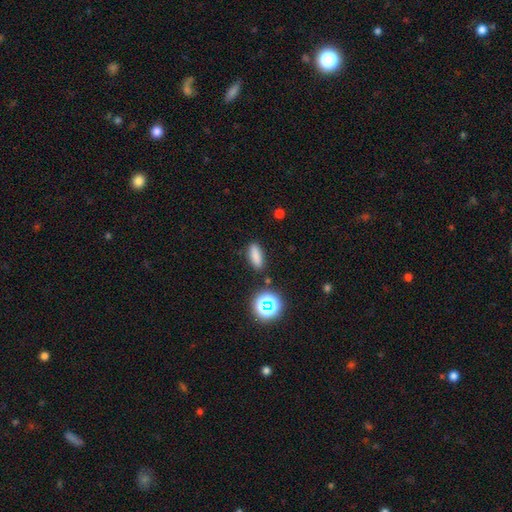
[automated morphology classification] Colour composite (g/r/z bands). It shows a smooth galaxy with no disk features (81%) that is in between round and cigar-shaped (58%). Merging: none (86%).